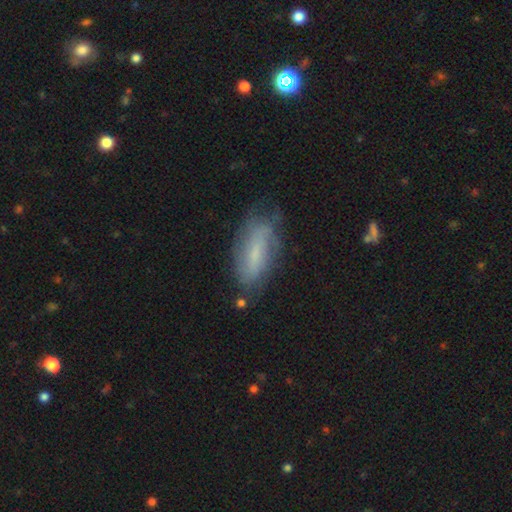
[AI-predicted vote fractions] This is possibly a smooth galaxy (50%). Merging: likely none (68%).